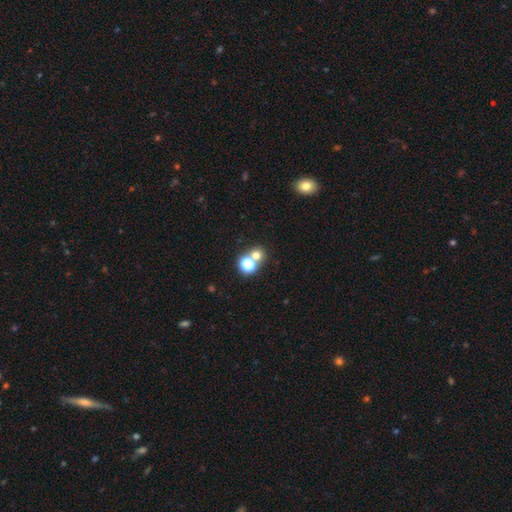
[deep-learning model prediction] Smooth or featured: smooth — 65% (star or artifact — 26%)
How rounded: round — 85% (in between — 14%)
Merging: none — 56% (merger — 35%)